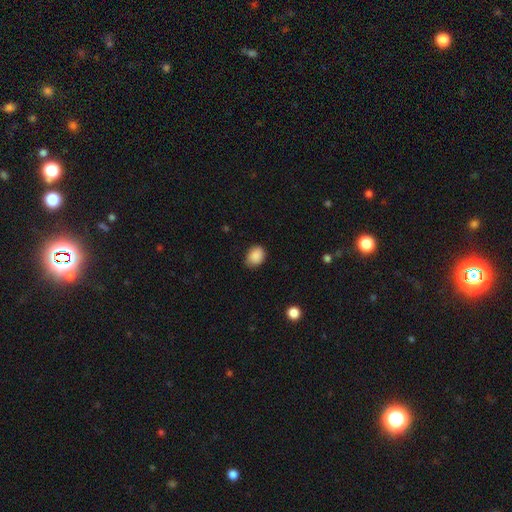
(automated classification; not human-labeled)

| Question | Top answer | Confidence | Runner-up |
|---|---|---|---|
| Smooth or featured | smooth | 88% | star or artifact (8%) |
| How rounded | in between | 64% | round (35%) |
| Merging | none | 75% | minor disturbance (20%) |